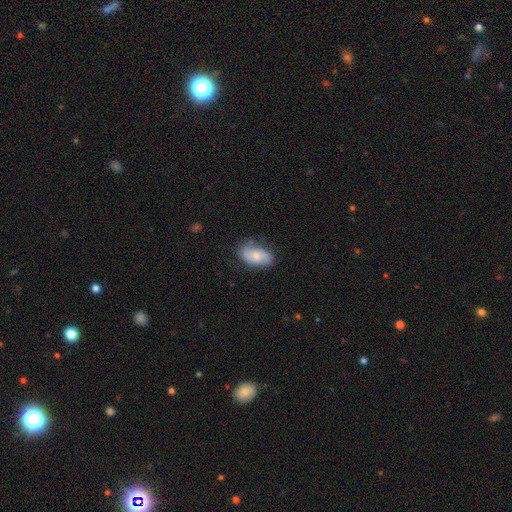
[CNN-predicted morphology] featured or disk 51%, smooth 42%, star or artifact 7%. Down the decision tree: edge-on disk — no (96%); merging — none (67%).